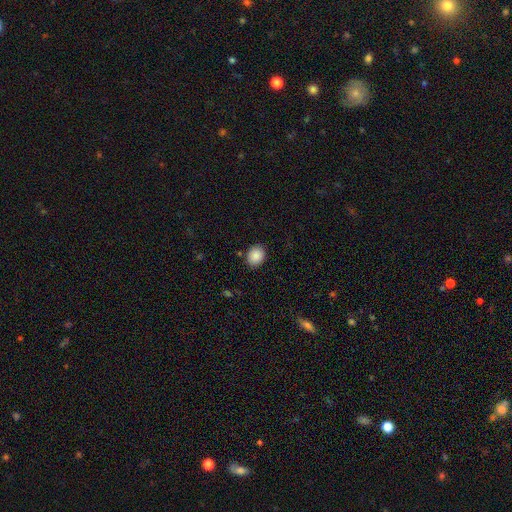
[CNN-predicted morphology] Smooth or featured: smooth — 88% (star or artifact — 8%)
How rounded: round — 57% (in between — 42%)
Merging: none — 86% (minor disturbance — 9%)